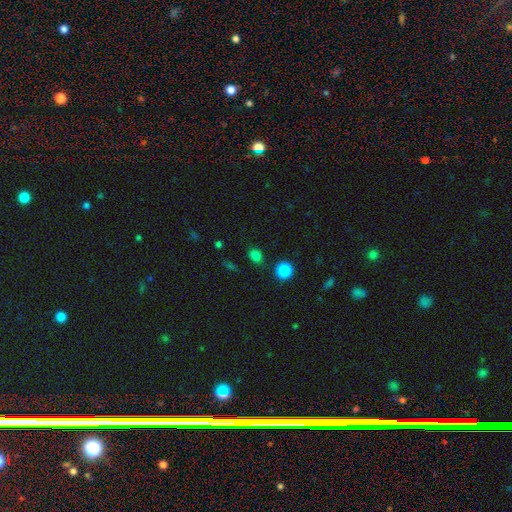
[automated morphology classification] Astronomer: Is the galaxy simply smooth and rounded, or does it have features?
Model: smooth — 76%.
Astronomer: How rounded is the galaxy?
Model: round — 60% (runner-up: in between, 39%).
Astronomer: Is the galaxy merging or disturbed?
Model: none — 83%.